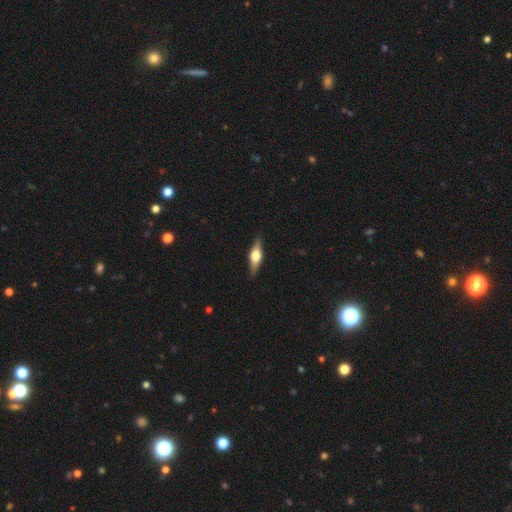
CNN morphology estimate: This appears to be a featured or disk galaxy (62%) viewed edge-on (95%) with a rounded central bulge (94%). Merging: none (89%).